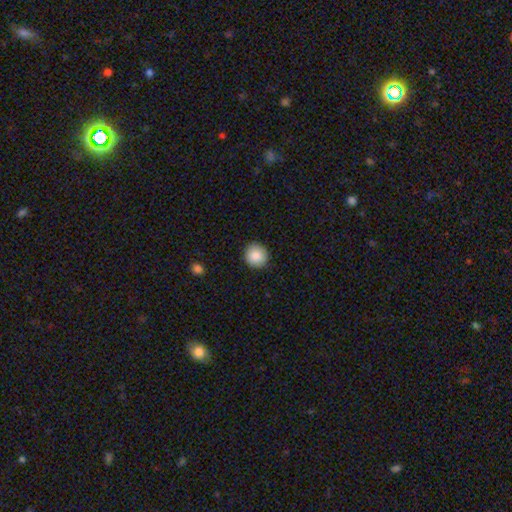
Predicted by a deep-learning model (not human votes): Overall: smooth (88%). How rounded: round (92%). Merging: none (90%).